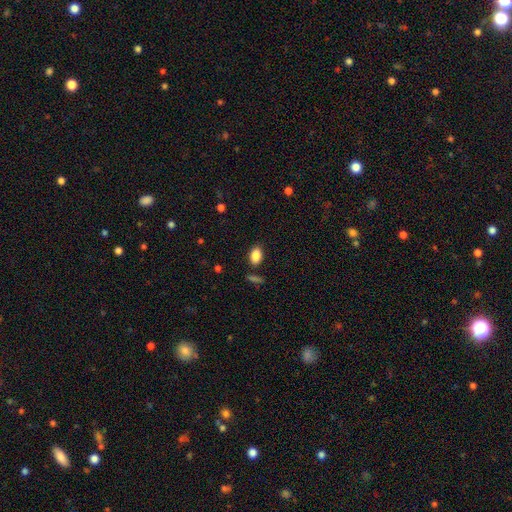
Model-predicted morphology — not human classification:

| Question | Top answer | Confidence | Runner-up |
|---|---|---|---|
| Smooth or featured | smooth | 87% | star or artifact (8%) |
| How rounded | in between | 89% | round (9%) |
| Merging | none | 82% | minor disturbance (11%) |